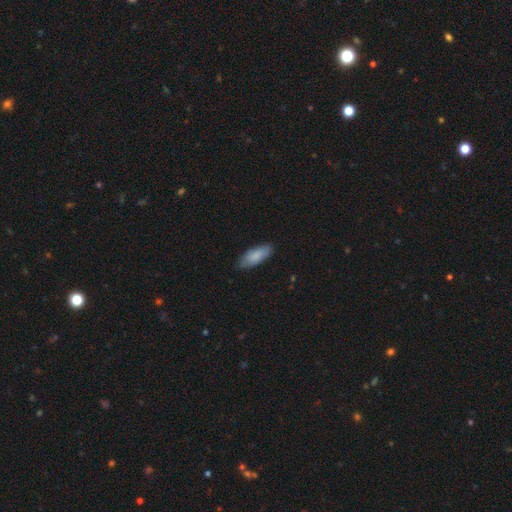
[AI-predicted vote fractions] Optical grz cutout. It shows a smooth galaxy with no disk features (85%) that is in between round and cigar-shaped (77%). Merging: none (81%).